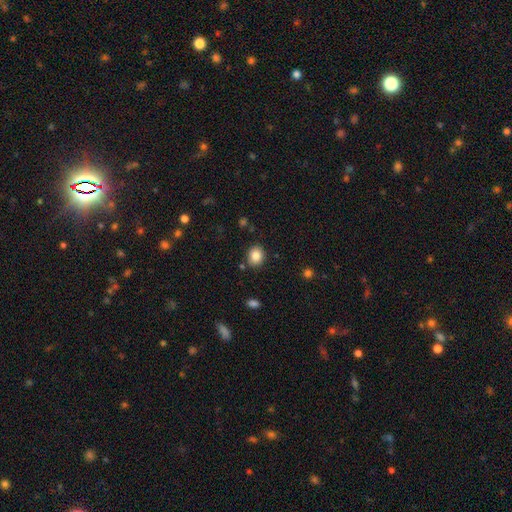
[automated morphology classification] Smooth or featured? smooth (84%)
How rounded? round (70%)
Merging? none (86%)